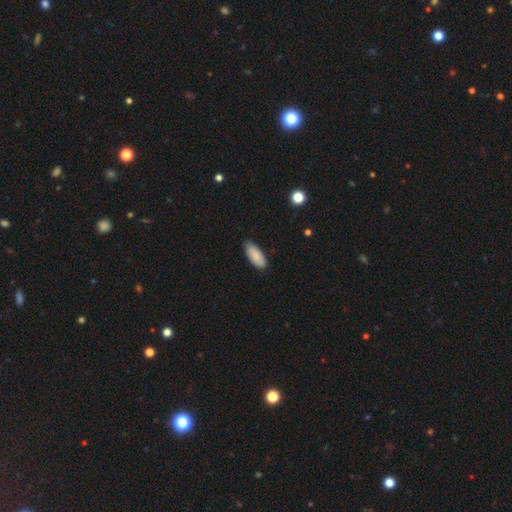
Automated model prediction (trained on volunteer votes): This is clearly a smooth galaxy (88%). How rounded: clearly in between (82%). Merging: clearly none (83%).